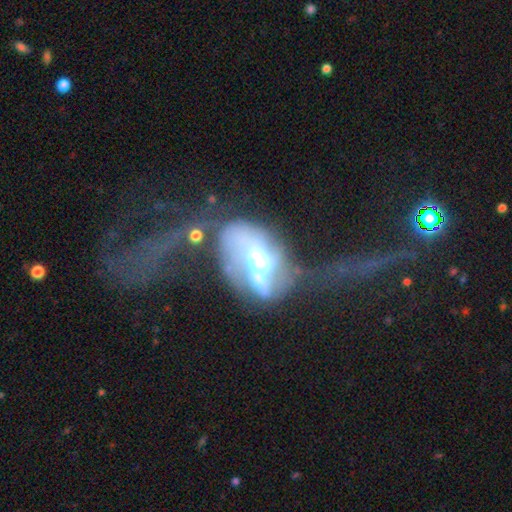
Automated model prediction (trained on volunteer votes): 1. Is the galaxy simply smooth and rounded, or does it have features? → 62% featured or disk, 25% smooth, 14% star or artifact.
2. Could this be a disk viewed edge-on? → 92% no, 8% yes.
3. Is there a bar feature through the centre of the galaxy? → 51% no, 26% weak, 23% strong.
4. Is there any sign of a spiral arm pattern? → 65% no, 35% yes.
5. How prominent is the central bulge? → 44% moderate, 34% large, 11% dominant, 7% small, 5% none.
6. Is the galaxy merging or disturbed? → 38% major disturbance, 24% merger, 23% none, 15% minor disturbance.